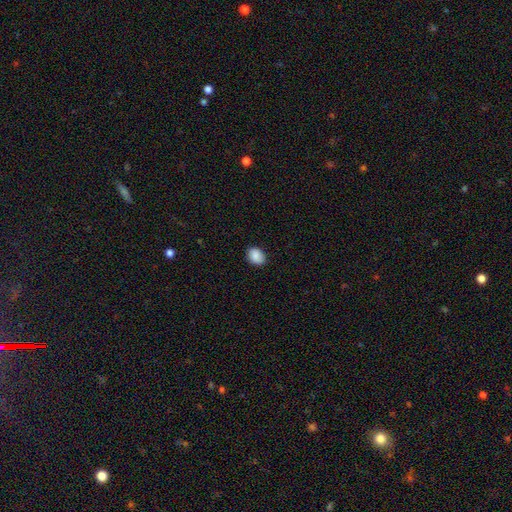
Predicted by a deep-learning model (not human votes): Smooth or featured: smooth — 88% (star or artifact — 8%)
How rounded: in between — 61% (round — 38%)
Merging: none — 86% (minor disturbance — 11%)